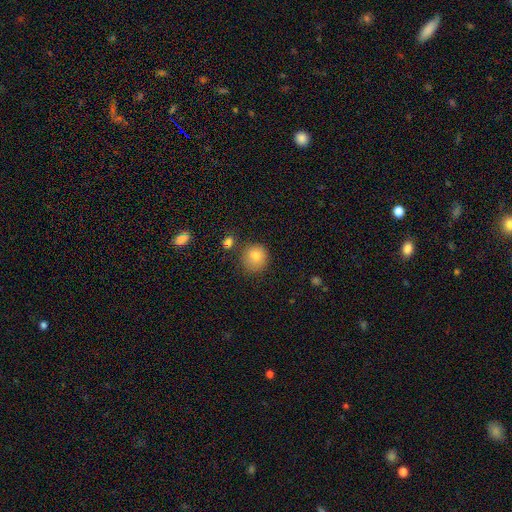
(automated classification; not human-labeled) Overall: smooth (81%). How rounded: round (88%). Merging: none (75%).